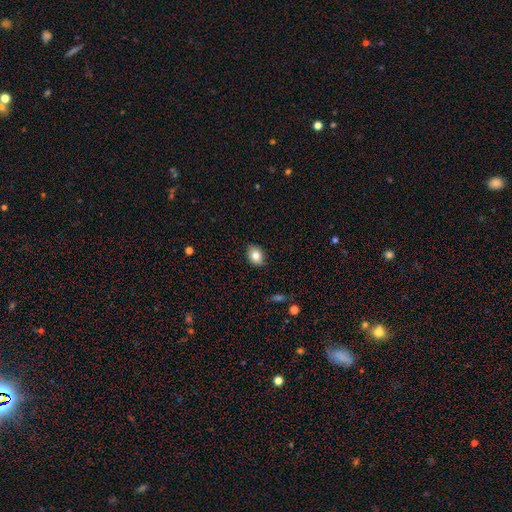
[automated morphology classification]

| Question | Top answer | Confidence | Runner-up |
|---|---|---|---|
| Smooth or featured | smooth | 82% | featured or disk (9%) |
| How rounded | in between | 69% | round (30%) |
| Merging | none | 84% | minor disturbance (13%) |